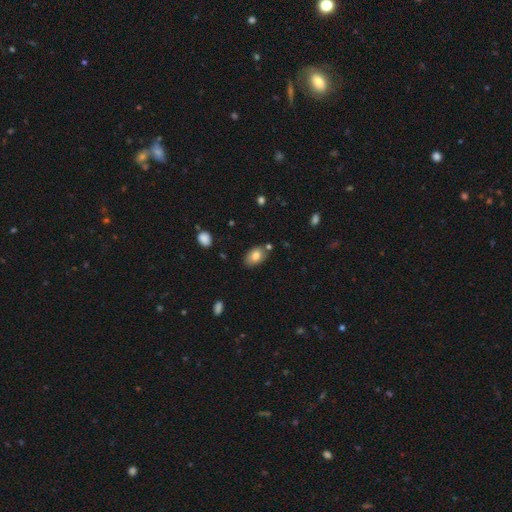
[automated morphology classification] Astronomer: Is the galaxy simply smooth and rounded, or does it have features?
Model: smooth — 79%.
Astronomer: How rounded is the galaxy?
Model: in between — 87%.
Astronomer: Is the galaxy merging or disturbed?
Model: none — 76%.